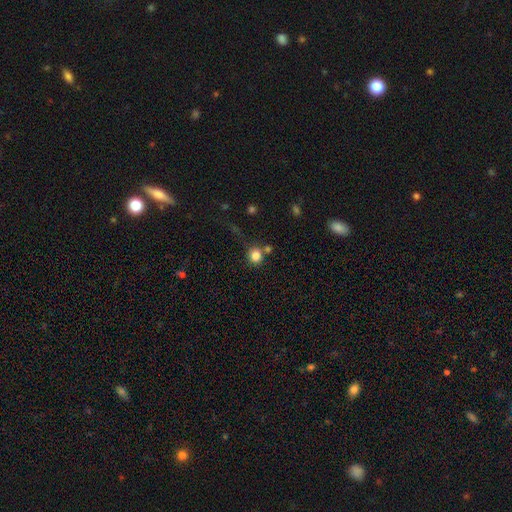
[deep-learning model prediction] This is clearly a smooth galaxy (82%). How rounded: clearly round (87%). Merging: likely none (67%).